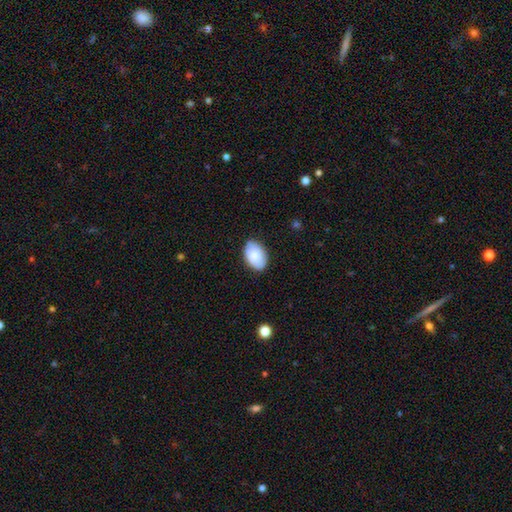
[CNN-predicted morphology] smooth_or_featured: smooth (p=0.68) [alt: featured or disk p=0.25]
how_rounded: in between (p=0.89) [alt: round p=0.10]
merging: none (p=0.80) [alt: minor disturbance p=0.16]